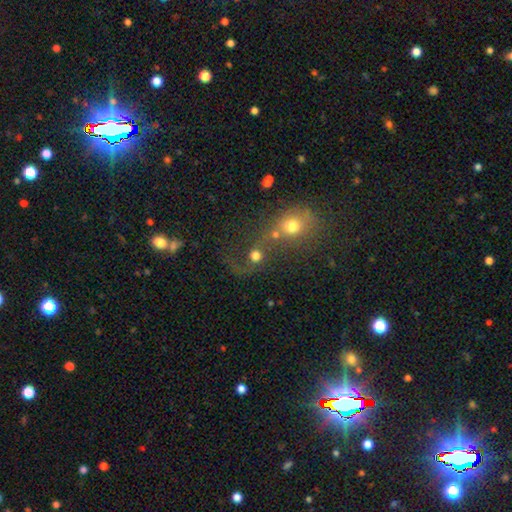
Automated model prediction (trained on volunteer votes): smooth_or_featured: smooth (p=0.60) [alt: featured or disk p=0.22]
how_rounded: round (p=0.85) [alt: in between p=0.14]
merging: merger (p=0.46) [alt: none p=0.33]